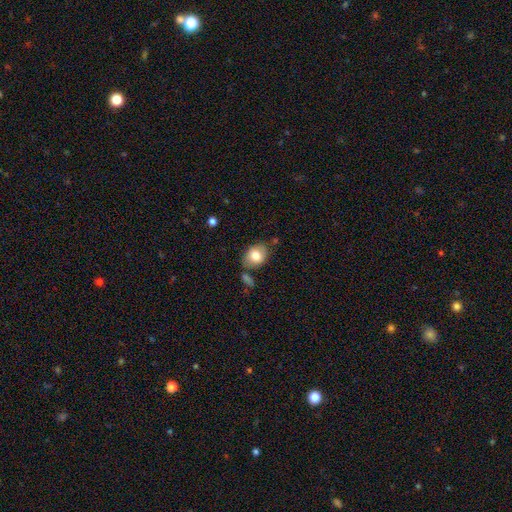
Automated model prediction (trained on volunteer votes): Smooth or featured?
  - smooth: 78% *
  - featured or disk: 14%
  - star or artifact: 8%
How rounded?
  - in between: 62% *
  - round: 37%
  - cigar-shaped: 1%
Merging?
  - none: 66% *
  - minor disturbance: 20%
  - merger: 9%
  - major disturbance: 5%